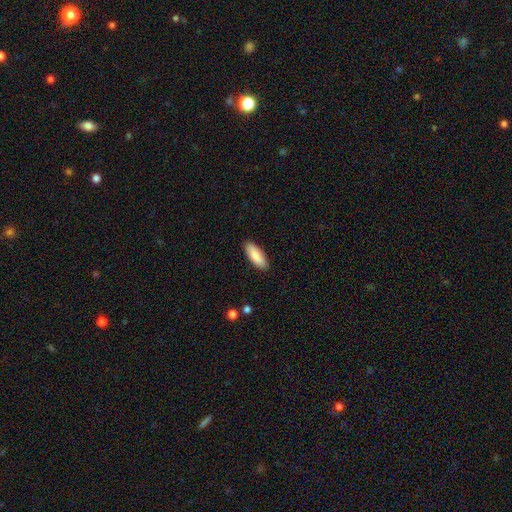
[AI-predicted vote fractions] The model was most divided on "how rounded": in between: 71%, cigar-shaped: 27%, round: 2%. More confident: merging — none (90%); smooth or featured — smooth (88%).